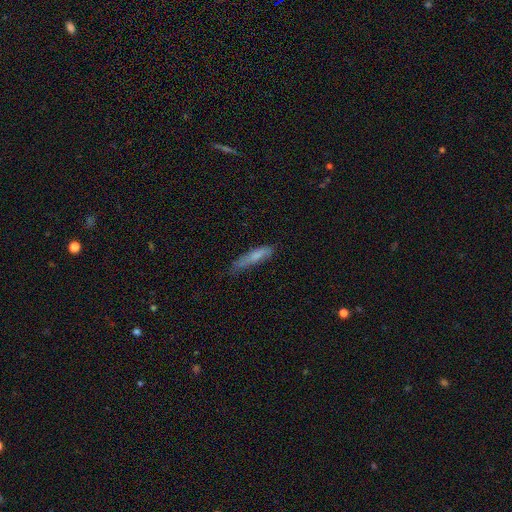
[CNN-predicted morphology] type=smooth (73%); roundness=cigar-shaped (81%); merging=none (54%).